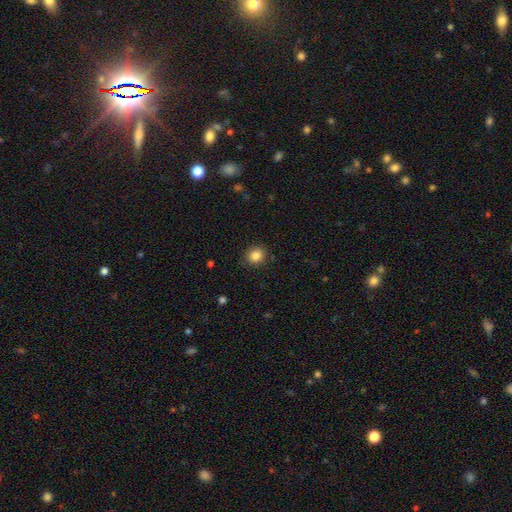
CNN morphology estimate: This appears to be a smooth galaxy with no disk features (85%) that is round (85%). Merging: none (89%).